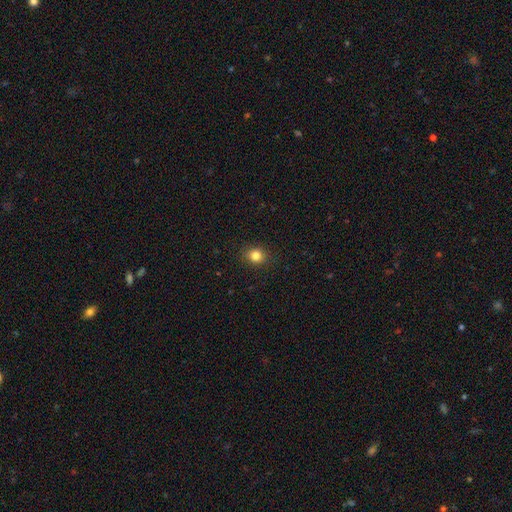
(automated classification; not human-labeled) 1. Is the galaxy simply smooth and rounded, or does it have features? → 83% smooth, 12% star or artifact, 5% featured or disk.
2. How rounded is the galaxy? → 74% round, 25% in between, 1% cigar-shaped.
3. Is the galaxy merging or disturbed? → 89% none, 8% minor disturbance, 2% major disturbance, 1% merger.